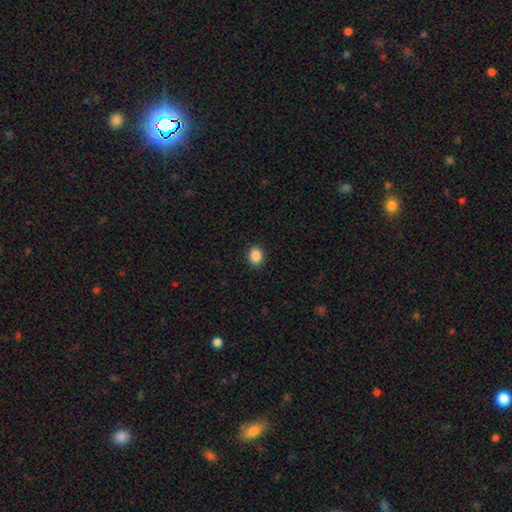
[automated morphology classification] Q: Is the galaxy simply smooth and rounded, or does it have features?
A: smooth — 88%.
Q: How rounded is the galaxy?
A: round — 66%.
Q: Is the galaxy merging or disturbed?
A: none — 90%.